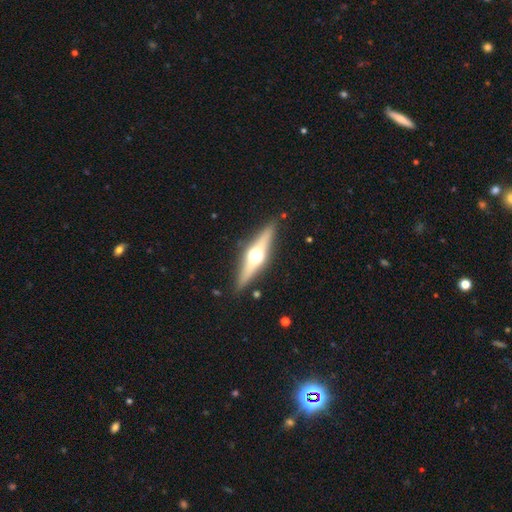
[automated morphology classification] A featured or disk galaxy (70%) viewed edge-on (96%) with a rounded central bulge (96%).

Vote fractions:
- Smooth or featured? featured or disk: 70% / smooth: 24% / star or artifact: 6%
- Edge-on disk? yes: 96% / no: 4%
- Edge-on bulge? rounded: 96% / boxy: 3% / none: 2%
- Merging? none: 88% / minor disturbance: 8% / major disturbance: 2% / merger: 1%